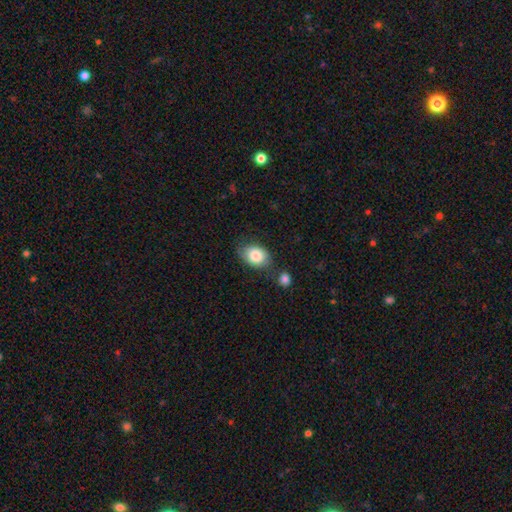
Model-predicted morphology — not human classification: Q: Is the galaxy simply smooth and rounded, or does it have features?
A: smooth — 81%.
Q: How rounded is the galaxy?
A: in between — 71%.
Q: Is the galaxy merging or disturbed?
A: none — 64%.